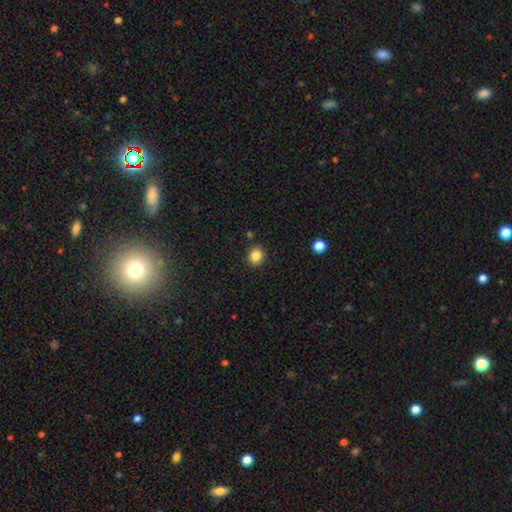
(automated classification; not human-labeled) Smooth or featured: smooth — 85% (star or artifact — 11%)
How rounded: round — 80% (in between — 19%)
Merging: none — 90% (minor disturbance — 7%)